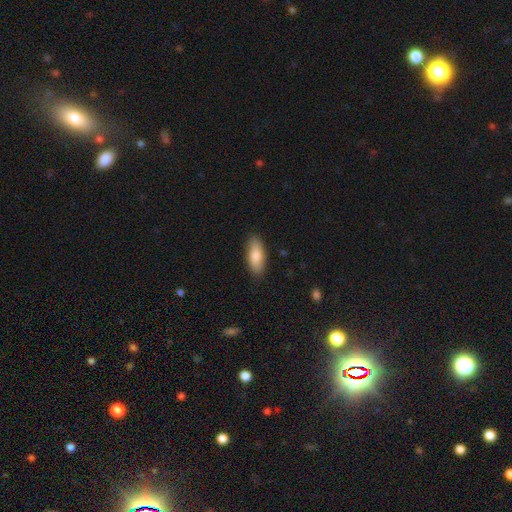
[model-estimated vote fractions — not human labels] Smooth or featured: smooth — 81% (featured or disk — 13%)
How rounded: in between — 73% (cigar-shaped — 25%)
Merging: none — 88% (minor disturbance — 9%)